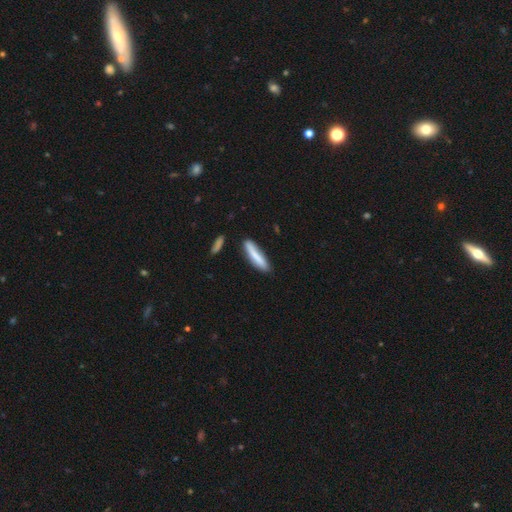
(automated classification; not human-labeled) The model was most divided on "smooth or featured": smooth: 77%, featured or disk: 17%, star or artifact: 6%. More confident: how rounded — cigar-shaped (86%); merging — none (78%).